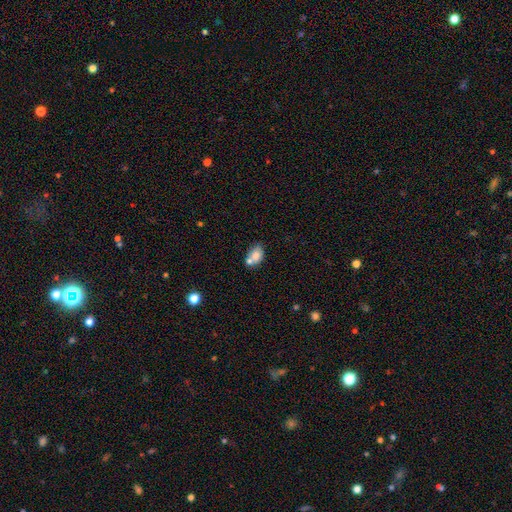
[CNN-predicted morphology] A smooth galaxy with no disk features (76%) that is in between round and cigar-shaped (82%).

Vote fractions:
- Smooth or featured? smooth: 76% / featured or disk: 15% / star or artifact: 9%
- How rounded? in between: 82% / round: 16% / cigar-shaped: 2%
- Merging? none: 42% / merger: 37% / minor disturbance: 15% / major disturbance: 5%